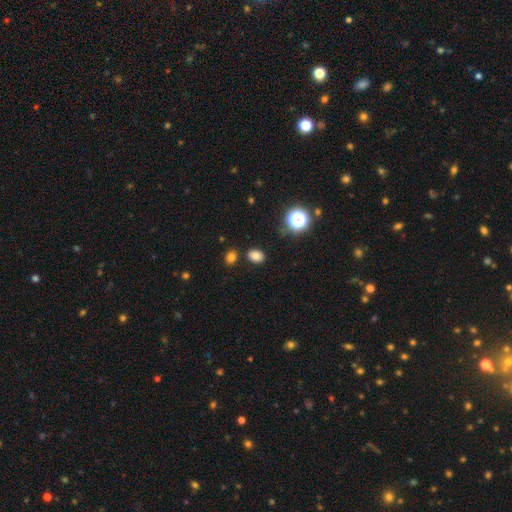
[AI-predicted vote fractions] Smooth or featured: smooth — 77% (star or artifact — 15%)
How rounded: in between — 65% (round — 34%)
Merging: none — 82% (minor disturbance — 9%)